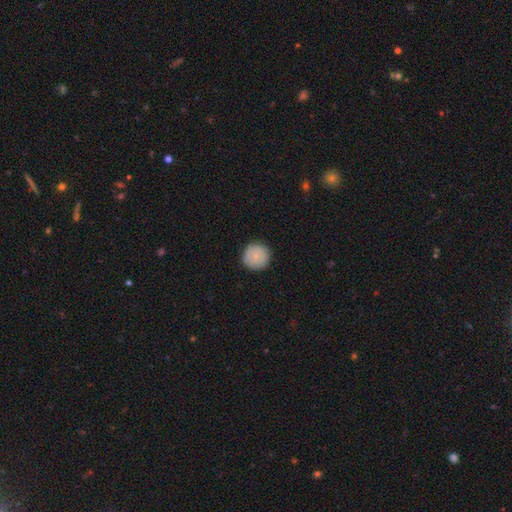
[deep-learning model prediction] Overall: smooth (77%). How rounded: round (95%). Merging: none (88%).